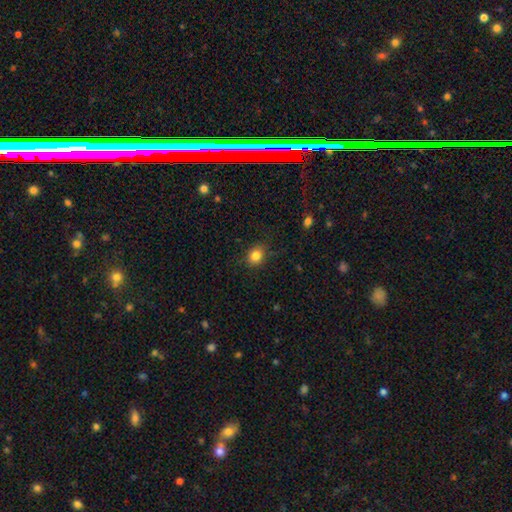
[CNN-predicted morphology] smooth_or_featured: smooth (p=0.84) [alt: star or artifact p=0.11]
how_rounded: round (p=0.59) [alt: in between p=0.40]
merging: none (p=0.82) [alt: minor disturbance p=0.13]